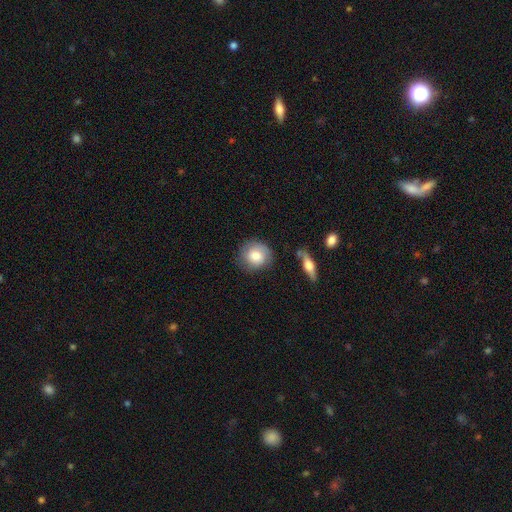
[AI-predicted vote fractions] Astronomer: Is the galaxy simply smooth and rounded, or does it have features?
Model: smooth — 74%.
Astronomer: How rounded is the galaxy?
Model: round — 86%.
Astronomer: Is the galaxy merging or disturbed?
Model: none — 76%.